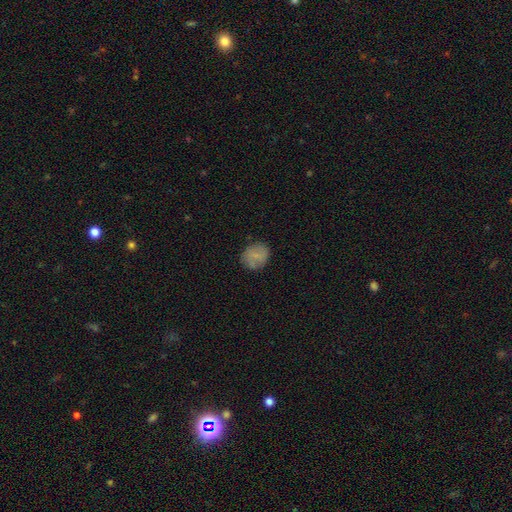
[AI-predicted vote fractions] smooth_or_featured: smooth (p=0.76) [alt: featured or disk p=0.16]
how_rounded: round (p=0.68) [alt: in between p=0.31]
merging: none (p=0.80) [alt: minor disturbance p=0.15]